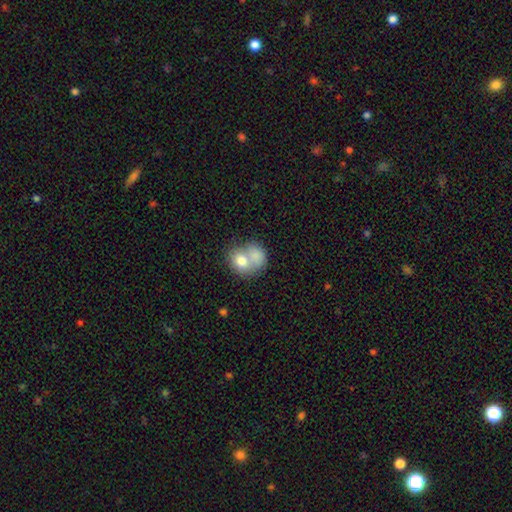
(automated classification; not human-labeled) Smooth or featured?
  - smooth: 76% *
  - featured or disk: 17%
  - star or artifact: 8%
How rounded?
  - round: 56% *
  - in between: 43%
  - cigar-shaped: 1%
Merging?
  - merger: 65% *
  - none: 22%
  - minor disturbance: 8%
  - major disturbance: 5%